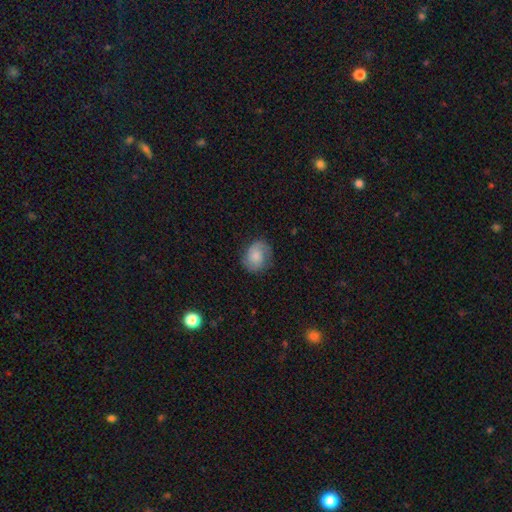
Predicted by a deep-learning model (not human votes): smooth 57%, featured or disk 35%, star or artifact 8%. Down the decision tree: how rounded — round (61%); merging — none (74%).